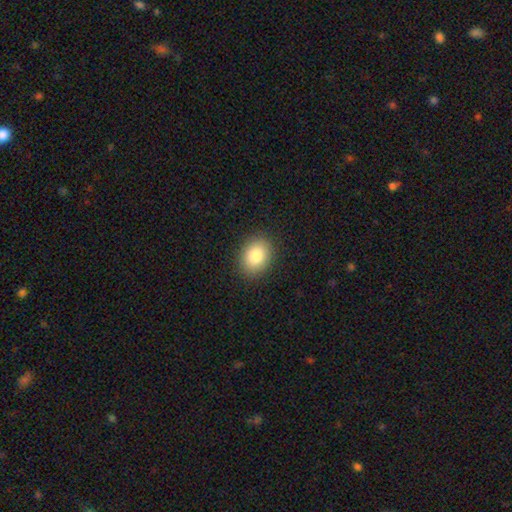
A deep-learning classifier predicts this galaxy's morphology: Smooth or featured: smooth — 84% (star or artifact — 9%)
How rounded: in between — 58% (round — 41%)
Merging: none — 89% (minor disturbance — 8%)